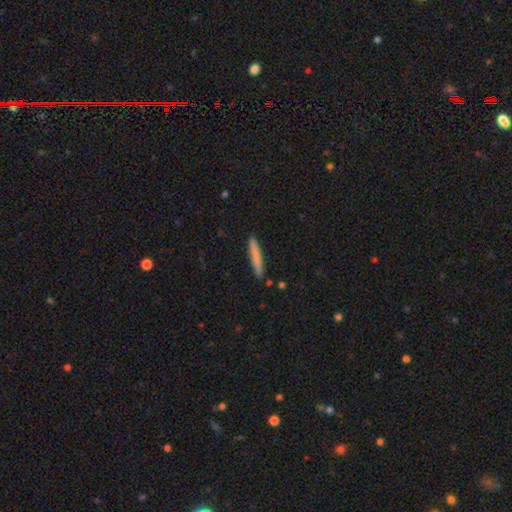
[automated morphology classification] A smooth galaxy with no disk features (77%) that is cigar-shaped (96%). Merging: none (90%).